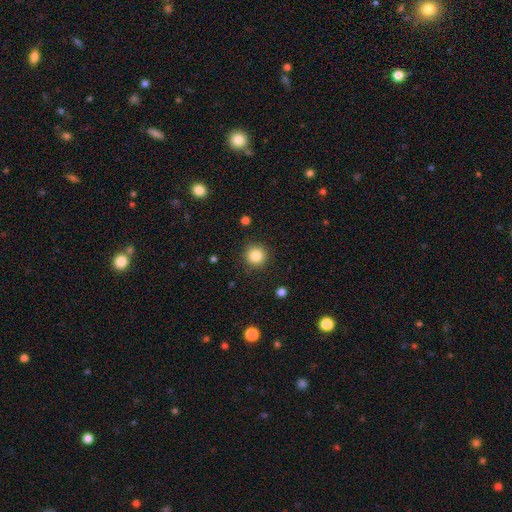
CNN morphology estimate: type=smooth (84%); roundness=round (95%); merging=none (90%).